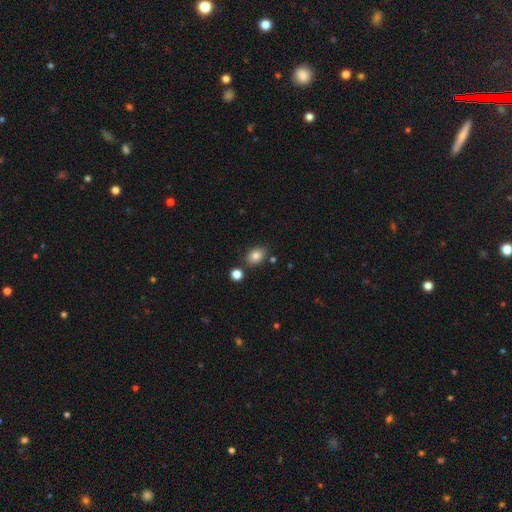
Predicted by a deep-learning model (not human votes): smooth-or-featured: smooth: 83% | star or artifact: 10% | featured or disk: 7%
  how-rounded: in between: 73% | round: 26% | cigar-shaped: 1%
  merging: none: 79% | minor disturbance: 11% | merger: 7% | major disturbance: 3%